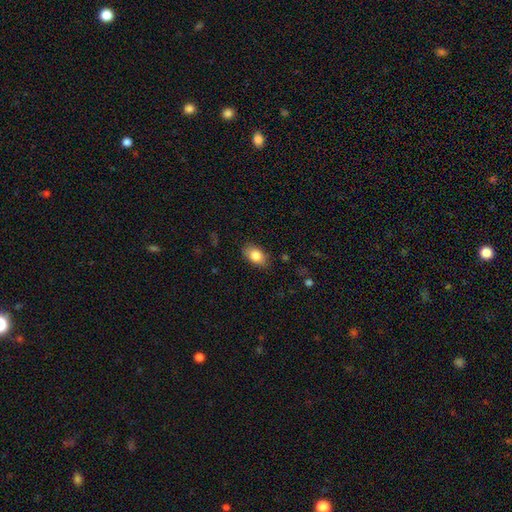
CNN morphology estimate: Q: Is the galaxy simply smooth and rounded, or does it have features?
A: smooth — 83%.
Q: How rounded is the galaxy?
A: in between — 89%.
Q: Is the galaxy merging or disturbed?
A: none — 84%.